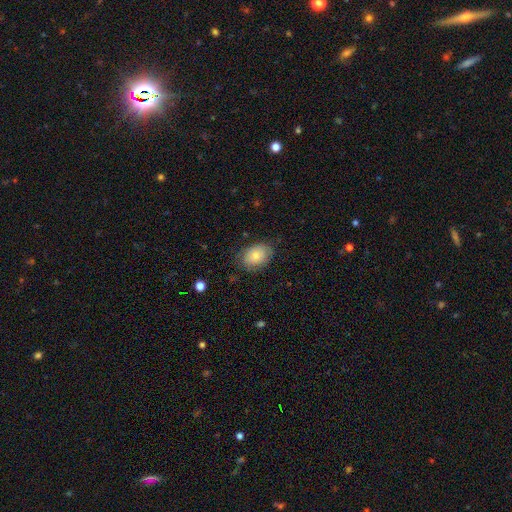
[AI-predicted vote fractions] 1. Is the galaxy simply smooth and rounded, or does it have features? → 78% smooth, 14% featured or disk, 8% star or artifact.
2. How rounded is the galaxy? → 78% in between, 21% round, 1% cigar-shaped.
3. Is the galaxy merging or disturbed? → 75% none, 19% minor disturbance, 5% major disturbance, 1% merger.